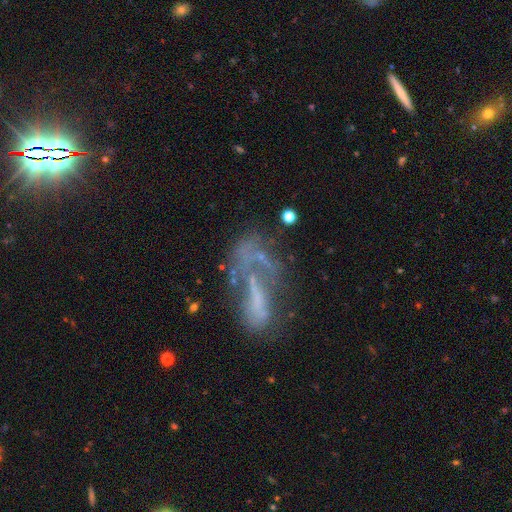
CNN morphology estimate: The model was most divided on "merging": major disturbance: 42%, none: 27%, minor disturbance: 17%, merger: 15%. More confident: edge-on disk — no (90%); smooth or featured — featured or disk (55%).